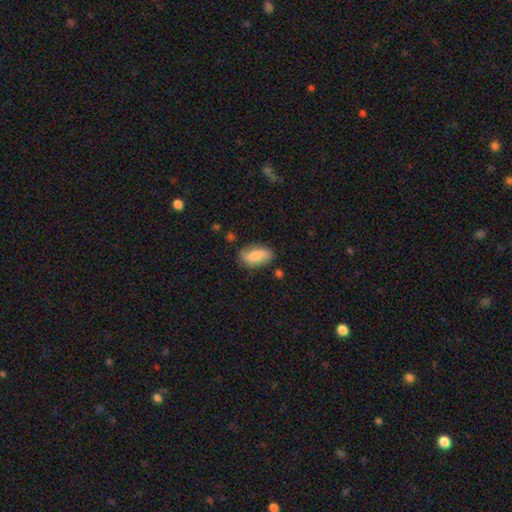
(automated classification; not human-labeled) This appears to be a smooth galaxy with no disk features (72%) that is in between round and cigar-shaped (89%). Merging: none (74%).